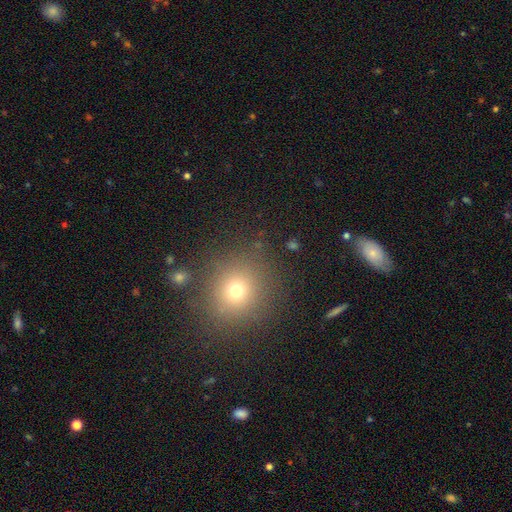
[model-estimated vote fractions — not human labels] Q: Smooth or featured?
A: smooth (63%); runner-up: star or artifact (27%)
Q: How rounded?
A: round (86%); runner-up: in between (12%)
Q: Merging?
A: none (86%); runner-up: minor disturbance (8%)